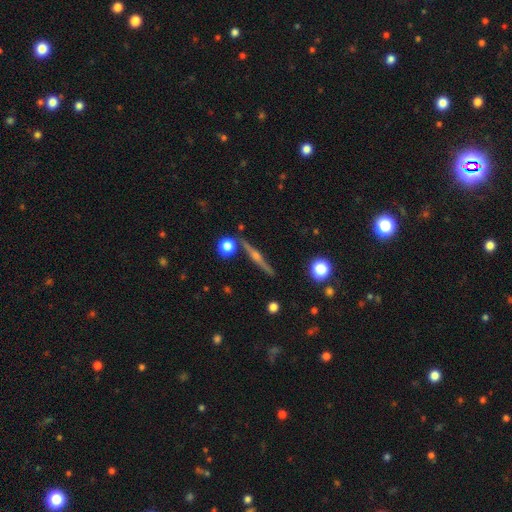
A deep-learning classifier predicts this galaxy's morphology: Overall: featured or disk (80%). Edge-on disk: yes (98%). Edge-on bulge: rounded (91%). Merging: none (88%).